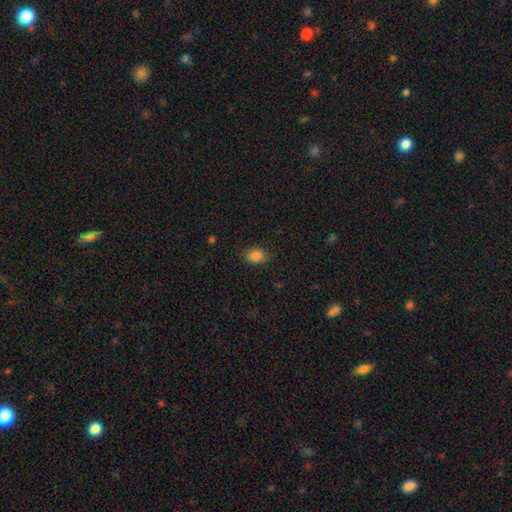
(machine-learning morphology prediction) This is clearly a smooth galaxy (85%). How rounded: likely in between (68%). Merging: clearly none (82%).